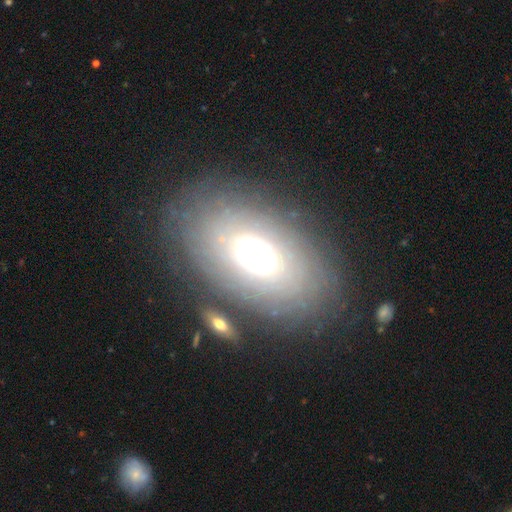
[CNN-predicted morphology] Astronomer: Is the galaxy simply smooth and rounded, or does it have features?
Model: featured or disk — 47% (runner-up: smooth, 44%).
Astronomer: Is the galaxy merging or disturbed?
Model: none — 79%.